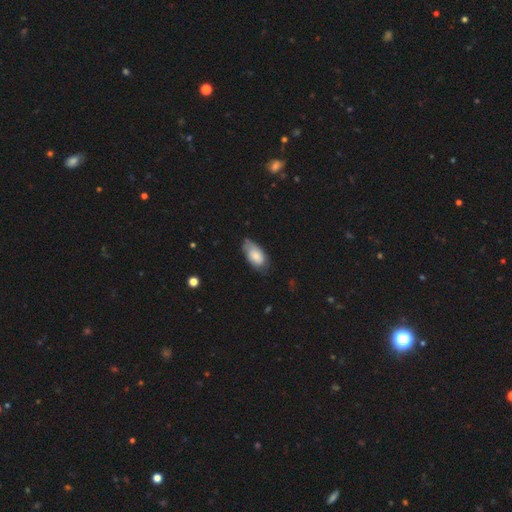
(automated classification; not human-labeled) A smooth galaxy with no disk features (68%) that is in between round and cigar-shaped (93%). Merging: none (58%).